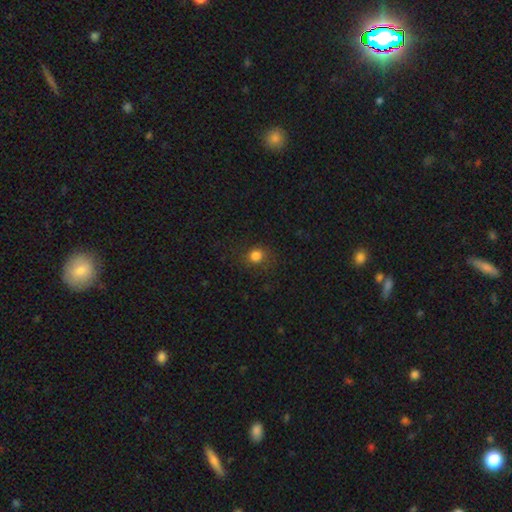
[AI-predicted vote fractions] Smooth or featured? smooth (81%)
How rounded? round (83%)
Merging? none (79%)